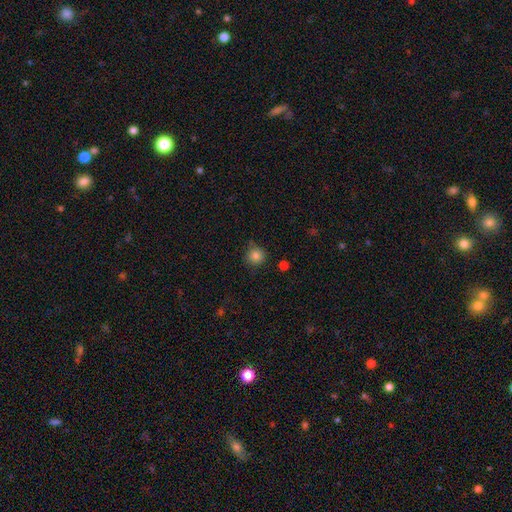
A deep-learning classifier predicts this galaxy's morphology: smooth-or-featured: smooth: 83% | star or artifact: 11% | featured or disk: 6%
  how-rounded: round: 94% | in between: 5% | cigar-shaped: 1%
  merging: none: 81% | minor disturbance: 12% | merger: 3% | major disturbance: 3%